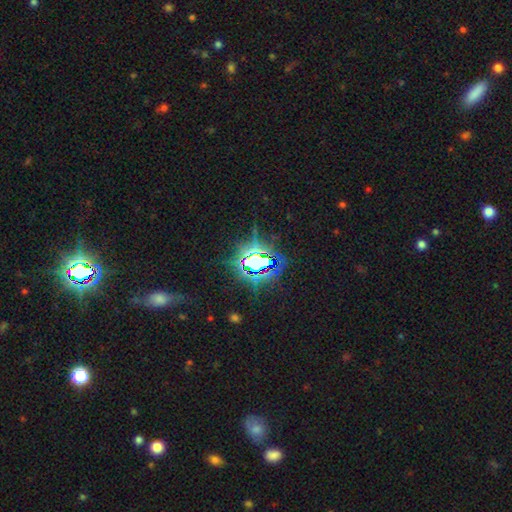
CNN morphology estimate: Smooth or featured?
  - star or artifact: 79% *
  - smooth: 12%
  - featured or disk: 9%